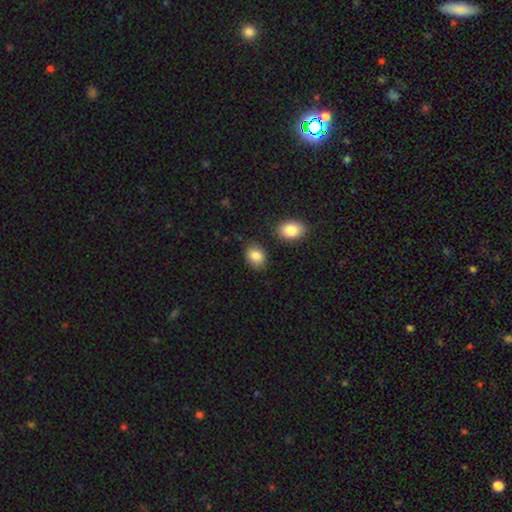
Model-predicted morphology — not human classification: Smooth or featured? Predicted: smooth (p=0.86). How rounded? Predicted: in between (p=0.70). Merging? Predicted: none (p=0.79).